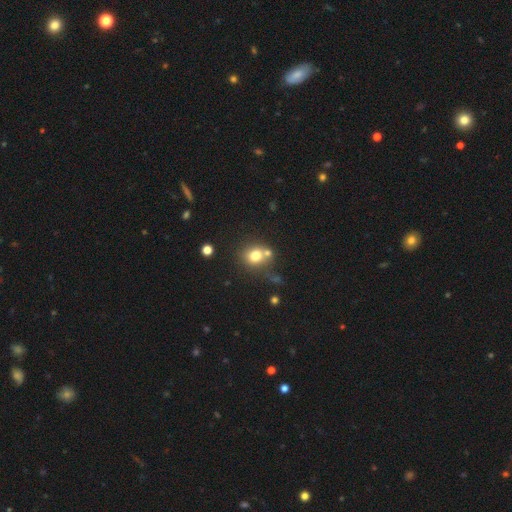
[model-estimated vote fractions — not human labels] Smooth or featured? smooth (75%)
How rounded? round (77%)
Merging? none (58%)